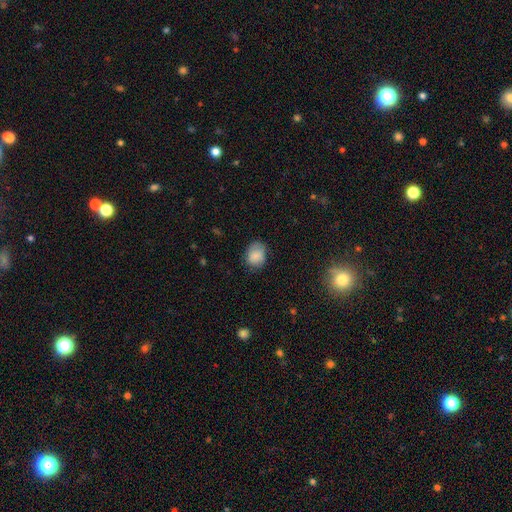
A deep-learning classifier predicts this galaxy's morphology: smooth-or-featured: smooth: 81% | featured or disk: 10% | star or artifact: 8%
  how-rounded: round: 50% | in between: 49% | cigar-shaped: 1%
  merging: none: 67% | minor disturbance: 25% | major disturbance: 7% | merger: 1%